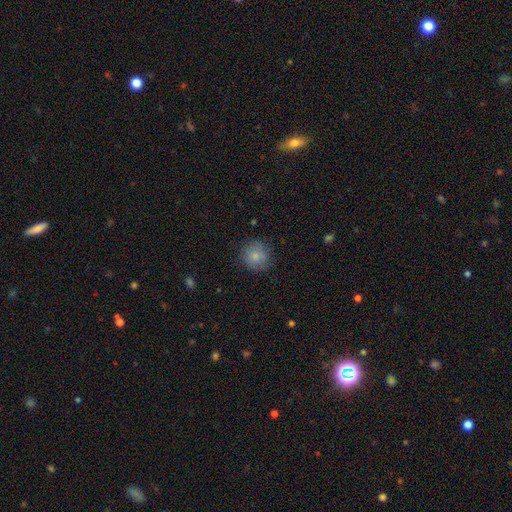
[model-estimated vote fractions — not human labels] Smooth or featured: smooth — 83% (star or artifact — 9%)
How rounded: round — 92% (in between — 7%)
Merging: none — 86% (minor disturbance — 10%)